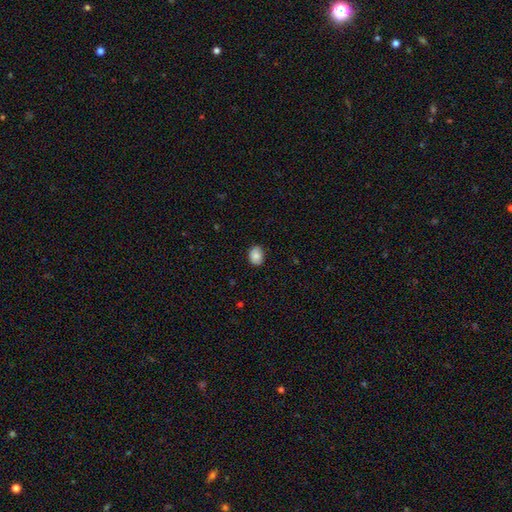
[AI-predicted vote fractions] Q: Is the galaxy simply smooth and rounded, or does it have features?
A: smooth — 86%.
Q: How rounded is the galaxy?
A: in between — 62%.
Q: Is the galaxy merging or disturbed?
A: none — 81%.